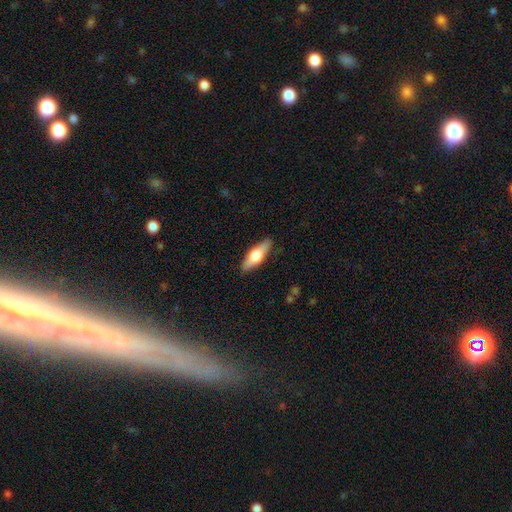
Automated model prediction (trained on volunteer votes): Smooth or featured: smooth — 56% (featured or disk — 38%)
How rounded: in between — 52% (cigar-shaped — 45%)
Merging: none — 86% (minor disturbance — 10%)